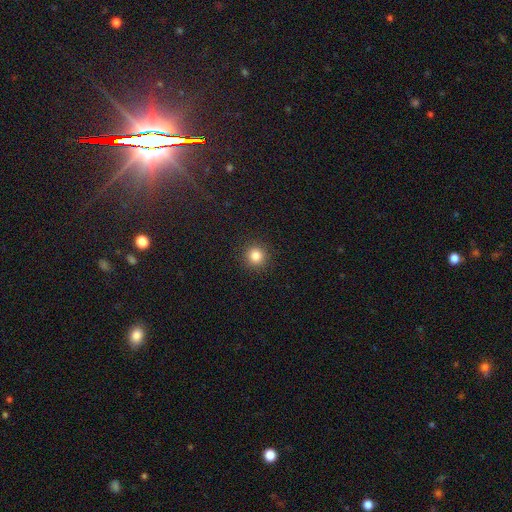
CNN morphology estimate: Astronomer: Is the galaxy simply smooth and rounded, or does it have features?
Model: smooth — 83%.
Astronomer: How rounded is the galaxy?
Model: round — 94%.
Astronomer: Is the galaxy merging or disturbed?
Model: none — 92%.